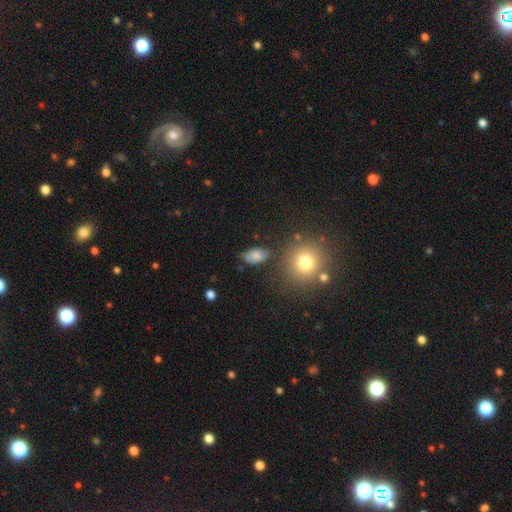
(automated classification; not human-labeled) Q: Smooth or featured?
A: smooth (70%); runner-up: featured or disk (18%)
Q: How rounded?
A: in between (84%); runner-up: round (14%)
Q: Merging?
A: none (67%); runner-up: minor disturbance (22%)